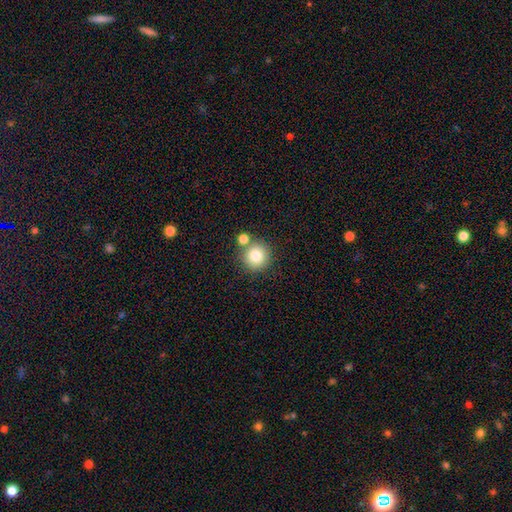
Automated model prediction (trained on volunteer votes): Smooth or featured: smooth — 81% (star or artifact — 11%)
How rounded: round — 94% (in between — 5%)
Merging: none — 72% (merger — 17%)